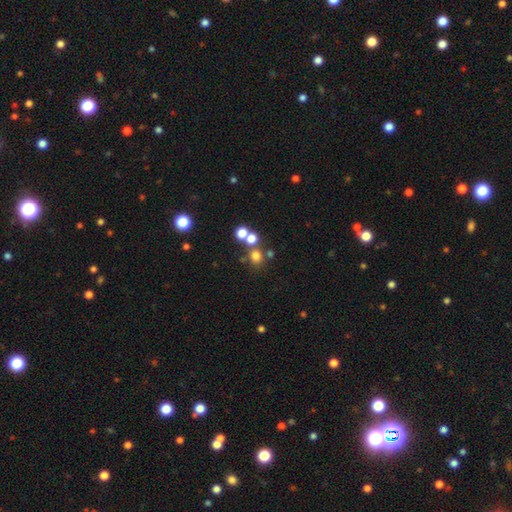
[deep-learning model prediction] Smooth or featured?
  - smooth: 70% *
  - star or artifact: 21%
  - featured or disk: 10%
How rounded?
  - round: 85% *
  - in between: 14%
  - cigar-shaped: 1%
Merging?
  - none: 62% *
  - merger: 26%
  - minor disturbance: 7%
  - major disturbance: 4%